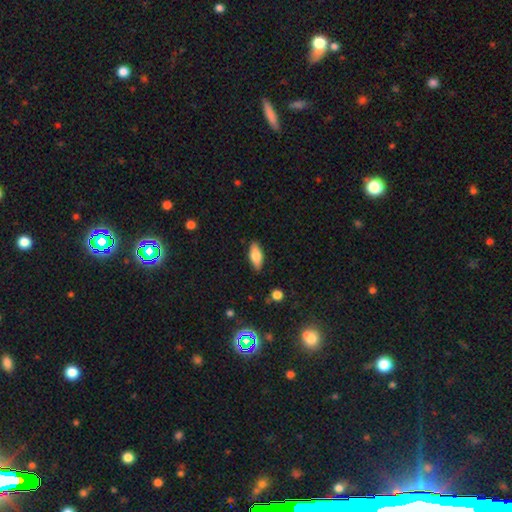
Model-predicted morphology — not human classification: Smooth or featured? smooth (74%)
How rounded? in between (77%)
Merging? none (87%)